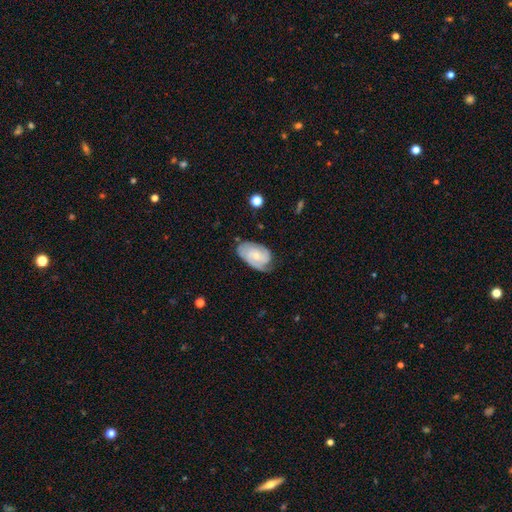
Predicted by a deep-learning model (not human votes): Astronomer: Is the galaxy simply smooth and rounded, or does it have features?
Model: featured or disk — 67%.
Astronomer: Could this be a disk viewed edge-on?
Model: no — 96%.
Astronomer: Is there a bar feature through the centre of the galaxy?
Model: no — 65%.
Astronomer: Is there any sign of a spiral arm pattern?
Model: yes — 92%.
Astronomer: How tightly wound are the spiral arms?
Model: tight — 57% (runner-up: medium, 33%).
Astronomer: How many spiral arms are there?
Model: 2 — 42% (runner-up: can't tell, 28%).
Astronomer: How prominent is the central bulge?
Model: small — 60%.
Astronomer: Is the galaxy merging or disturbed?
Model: none — 61%.